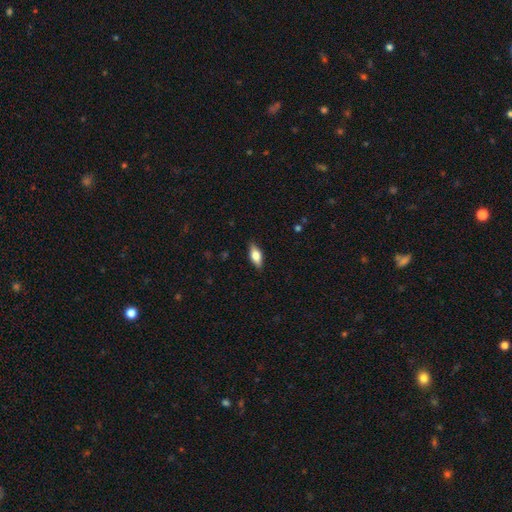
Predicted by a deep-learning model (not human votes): Smooth or featured?
  - smooth: 64% *
  - featured or disk: 29%
  - star or artifact: 7%
How rounded?
  - in between: 80% *
  - cigar-shaped: 17%
  - round: 4%
Merging?
  - none: 85% *
  - minor disturbance: 11%
  - major disturbance: 2%
  - merger: 1%